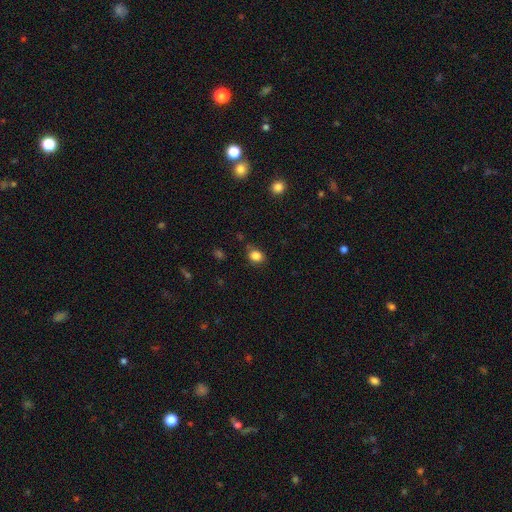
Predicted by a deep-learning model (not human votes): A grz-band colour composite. It shows a smooth galaxy with no disk features (84%) that is in between round and cigar-shaped (51%). Merging: none (75%).